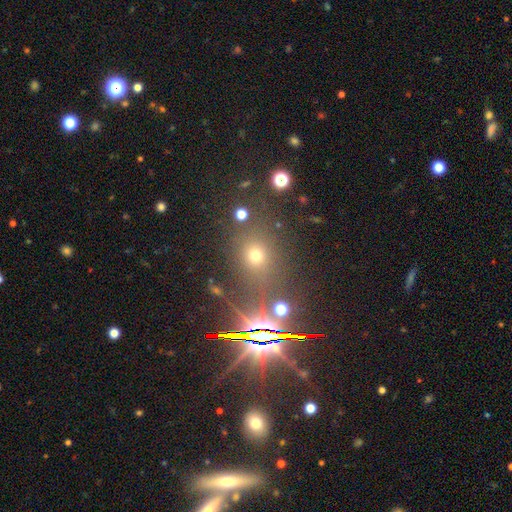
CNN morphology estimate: Smooth or featured? Predicted: smooth (p=0.53). How rounded? Predicted: round (p=0.64). Merging? Predicted: none (p=0.74).